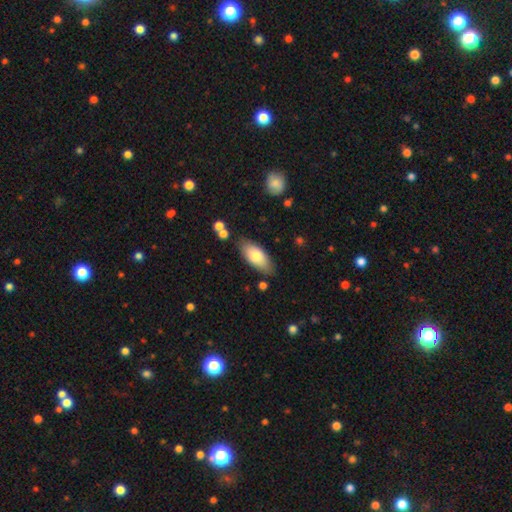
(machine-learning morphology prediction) smooth-or-featured: smooth: 77% | featured or disk: 17% | star or artifact: 6%
  how-rounded: in between: 87% | cigar-shaped: 11% | round: 2%
  merging: none: 79% | minor disturbance: 15% | merger: 3% | major disturbance: 3%